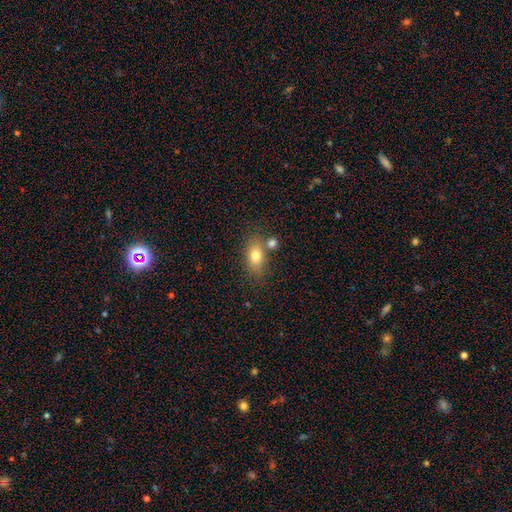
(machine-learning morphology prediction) Smooth or featured? Predicted: smooth (p=0.76). How rounded? Predicted: in between (p=0.81). Merging? Predicted: none (p=0.64).